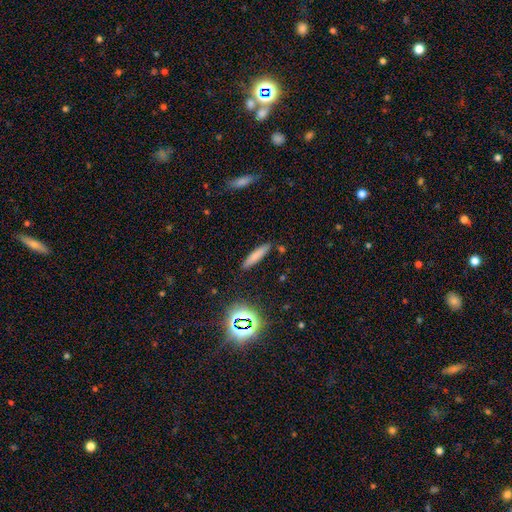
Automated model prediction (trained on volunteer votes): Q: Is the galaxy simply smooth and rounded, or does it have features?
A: smooth — 75%.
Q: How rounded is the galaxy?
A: cigar-shaped — 85%.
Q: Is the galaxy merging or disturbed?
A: none — 87%.